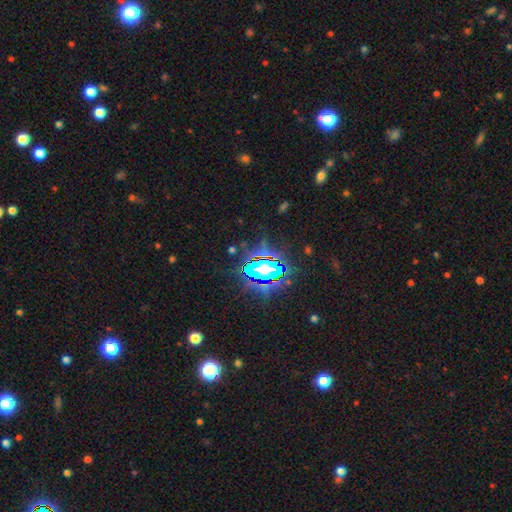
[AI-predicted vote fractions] The model was most divided on "smooth or featured": star or artifact: 81%, smooth: 11%, featured or disk: 7%.